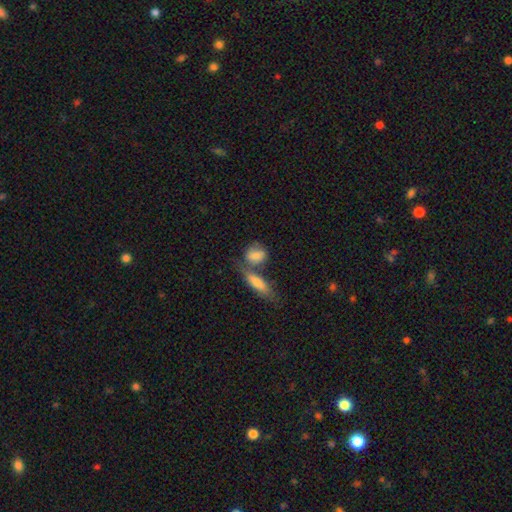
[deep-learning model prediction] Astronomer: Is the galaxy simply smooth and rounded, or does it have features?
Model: smooth — 79%.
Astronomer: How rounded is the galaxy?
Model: in between — 59%.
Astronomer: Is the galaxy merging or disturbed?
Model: merger — 43% (runner-up: none, 38%).